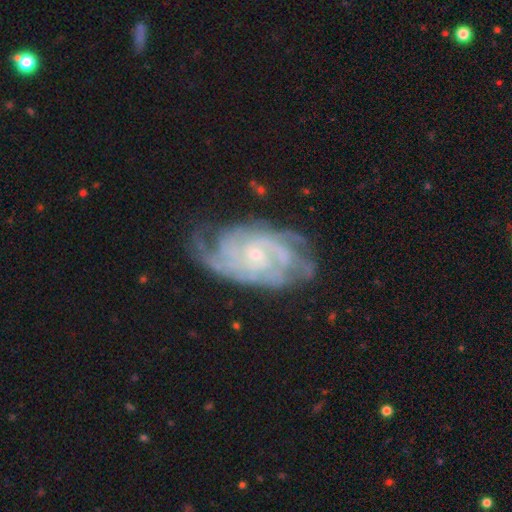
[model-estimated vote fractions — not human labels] This is clearly a featured or disk galaxy (89%). It is clearly not viewed edge-on (96%). Bar: likely no (69%). Spiral arm pattern: clearly yes (97%). Spiral arm count: marginally can't tell (26%). Spiral winding: likely tight (67%). Central bulge: likely small (77%). Merging: likely none (69%).